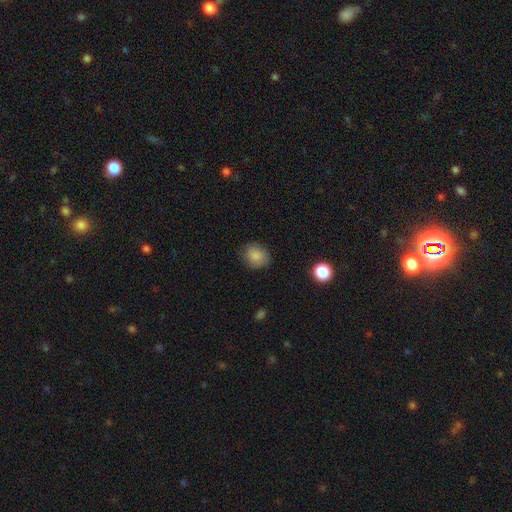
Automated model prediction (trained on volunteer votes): Smooth or featured: smooth — 85% (star or artifact — 9%)
How rounded: round — 67% (in between — 32%)
Merging: none — 79% (minor disturbance — 16%)